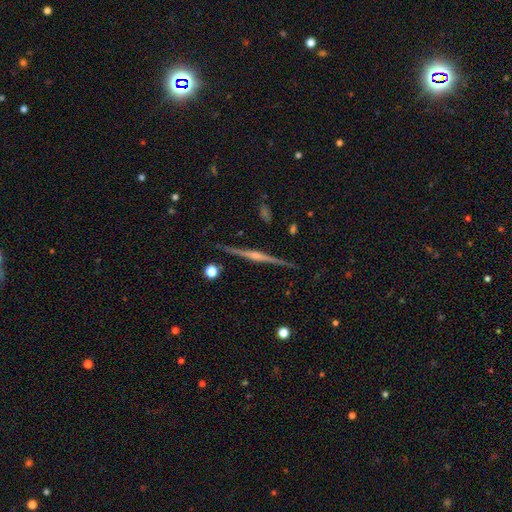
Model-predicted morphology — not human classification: Overall: featured or disk (86%). Edge-on disk: yes (98%). Edge-on bulge: rounded (79%). Merging: none (90%).